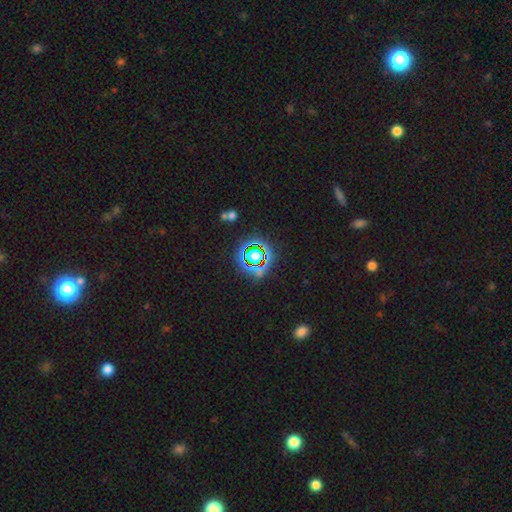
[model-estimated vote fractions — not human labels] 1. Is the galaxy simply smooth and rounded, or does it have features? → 73% star or artifact, 17% smooth, 10% featured or disk.